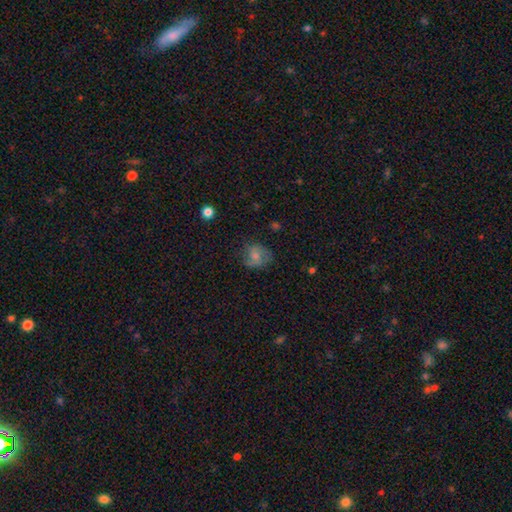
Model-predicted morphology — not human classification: This appears to be a smooth galaxy with no disk features (66%) that is round (61%). Merging: none (59%).